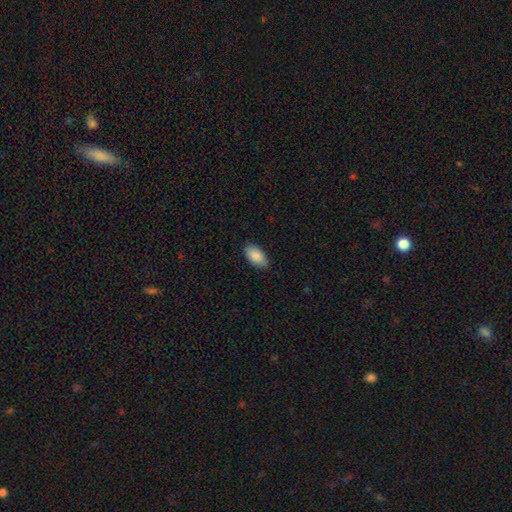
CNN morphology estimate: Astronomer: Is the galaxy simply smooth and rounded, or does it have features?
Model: smooth — 88%.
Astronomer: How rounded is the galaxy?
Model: in between — 95%.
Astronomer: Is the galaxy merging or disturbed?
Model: none — 84%.